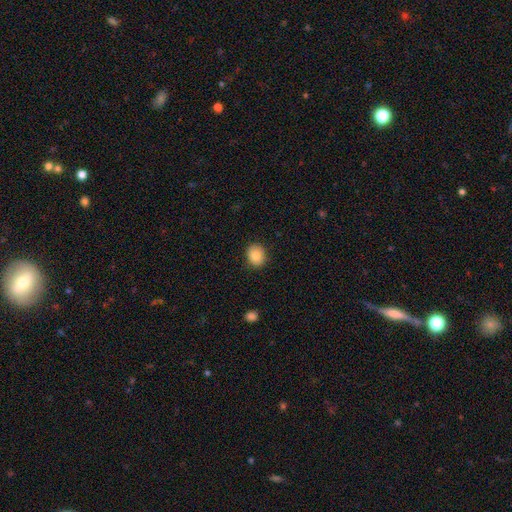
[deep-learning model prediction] Smooth or featured: smooth — 85% (star or artifact — 9%)
How rounded: round — 64% (in between — 36%)
Merging: none — 86% (minor disturbance — 10%)